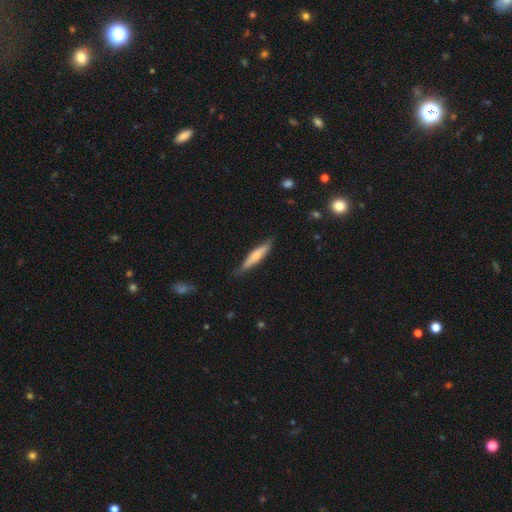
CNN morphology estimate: Overall: smooth (58%; featured or disk 37%). How rounded: cigar-shaped (84%). Merging: none (80%).